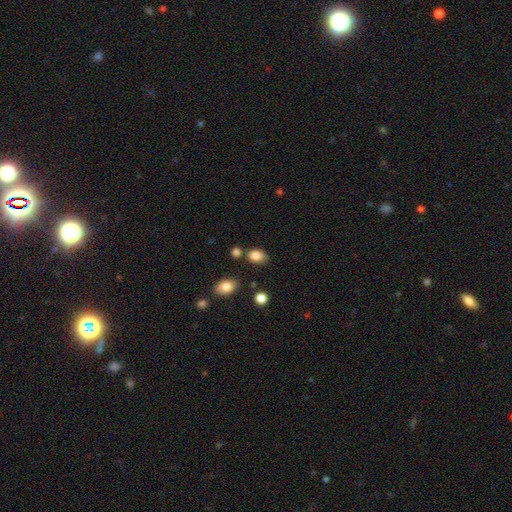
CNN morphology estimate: A smooth galaxy with no disk features (85%) that is in between round and cigar-shaped (70%). Merging: none (66%).